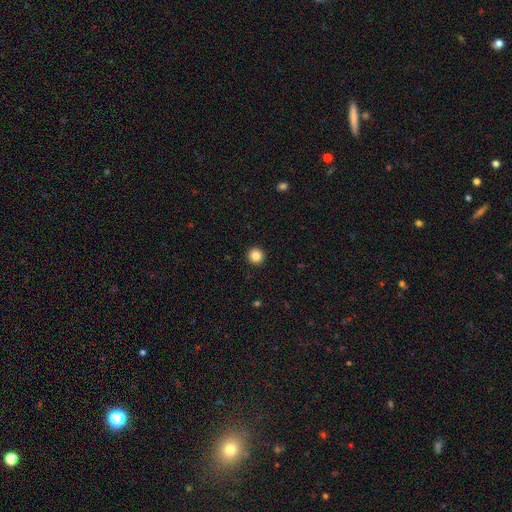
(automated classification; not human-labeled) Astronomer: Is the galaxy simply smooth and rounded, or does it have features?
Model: smooth — 85%.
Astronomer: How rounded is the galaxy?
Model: round — 96%.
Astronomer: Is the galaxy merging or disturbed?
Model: none — 94%.